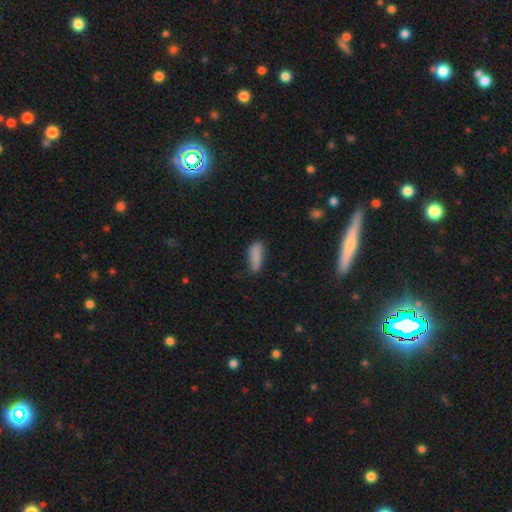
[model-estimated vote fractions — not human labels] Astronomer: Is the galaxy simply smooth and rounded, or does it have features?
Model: smooth — 83%.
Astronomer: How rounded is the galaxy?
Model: in between — 60% (runner-up: cigar-shaped, 38%).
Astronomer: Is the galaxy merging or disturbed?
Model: none — 59%.